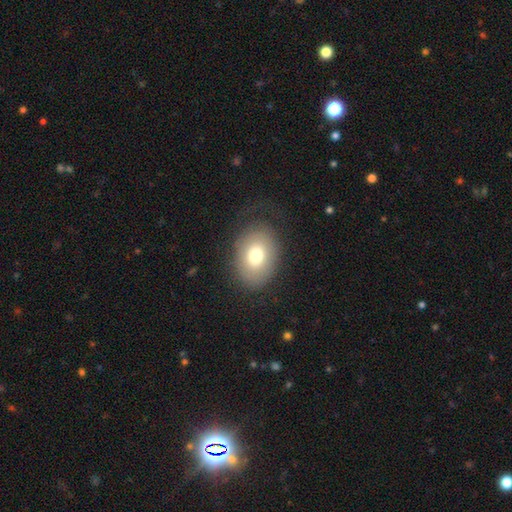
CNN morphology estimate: Q: Smooth or featured?
A: smooth (73%); runner-up: featured or disk (19%)
Q: How rounded?
A: in between (71%); runner-up: round (28%)
Q: Merging?
A: none (71%); runner-up: minor disturbance (17%)